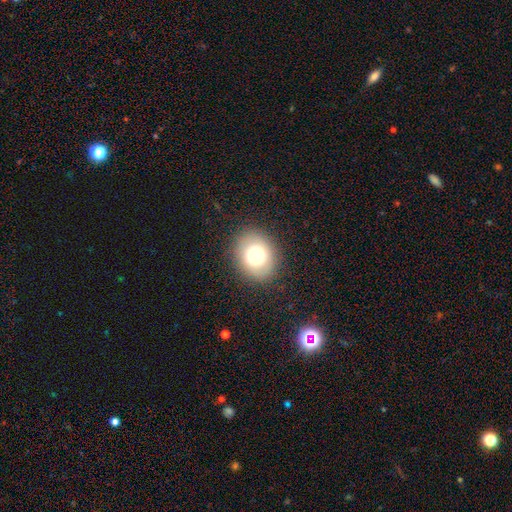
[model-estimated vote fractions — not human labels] Smooth or featured? Predicted: smooth (p=0.73). How rounded? Predicted: round (p=0.59). Merging? Predicted: none (p=0.86).